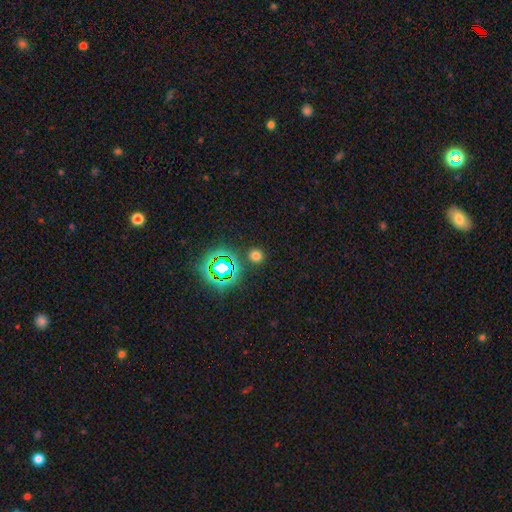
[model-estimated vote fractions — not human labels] Smooth or featured?
  - smooth: 65% *
  - star or artifact: 29%
  - featured or disk: 6%
How rounded?
  - round: 89% *
  - in between: 10%
  - cigar-shaped: 1%
Merging?
  - none: 87% *
  - minor disturbance: 7%
  - merger: 4%
  - major disturbance: 3%